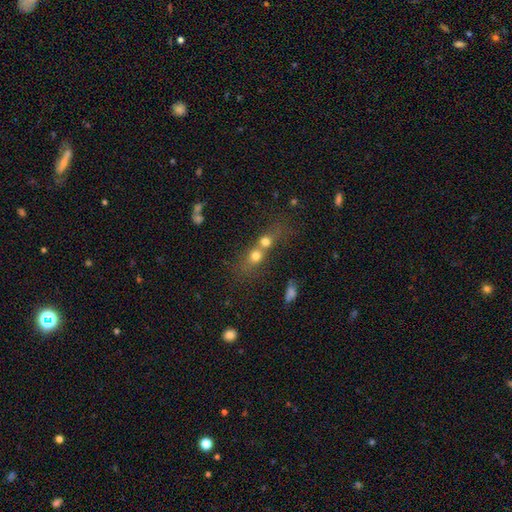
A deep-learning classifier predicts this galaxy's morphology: A smooth galaxy with no disk features (66%) that is round (62%). Merging: merger (66%).